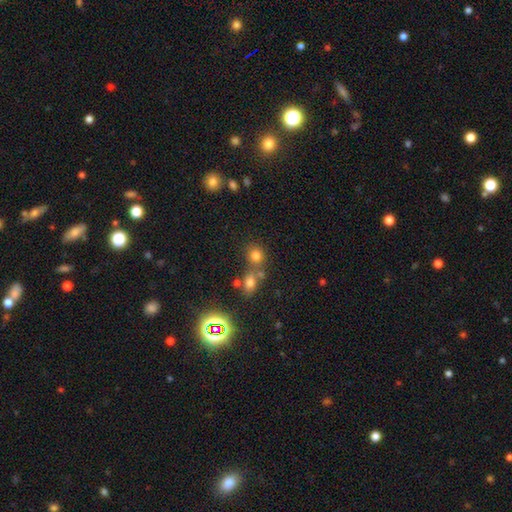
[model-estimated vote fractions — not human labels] Overall: smooth (74%). How rounded: round (79%). Merging: none (59%; merger 27%).